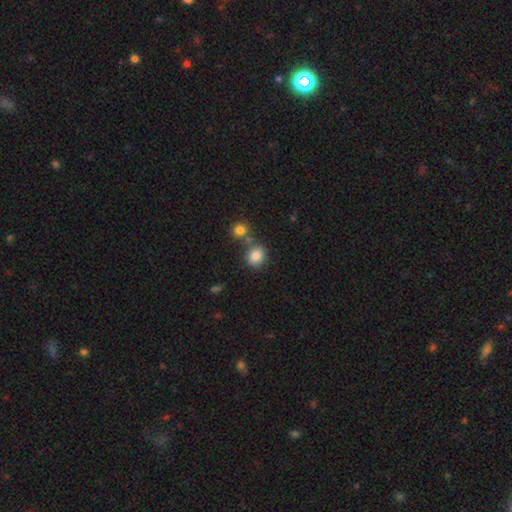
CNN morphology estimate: This is clearly a smooth galaxy (84%). How rounded: likely round (72%). Merging: likely none (66%).